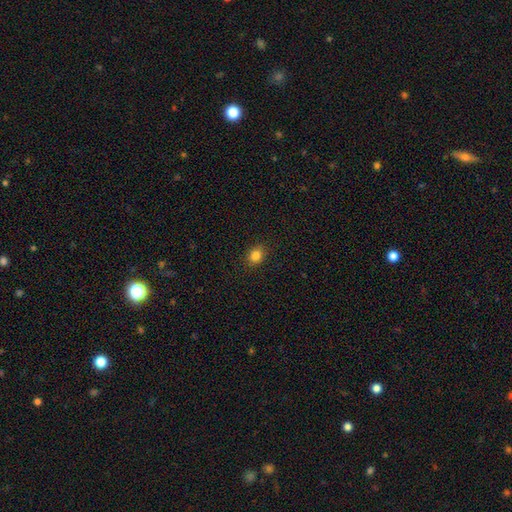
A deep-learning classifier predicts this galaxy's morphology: This is clearly a smooth galaxy (83%). How rounded: likely round (71%). Merging: clearly none (89%).